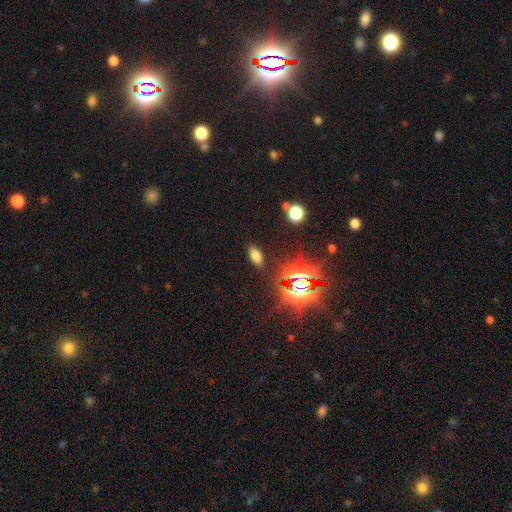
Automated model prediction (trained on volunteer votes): Morphology: type=smooth (66%); roundness=in between (88%); merging=none (88%).